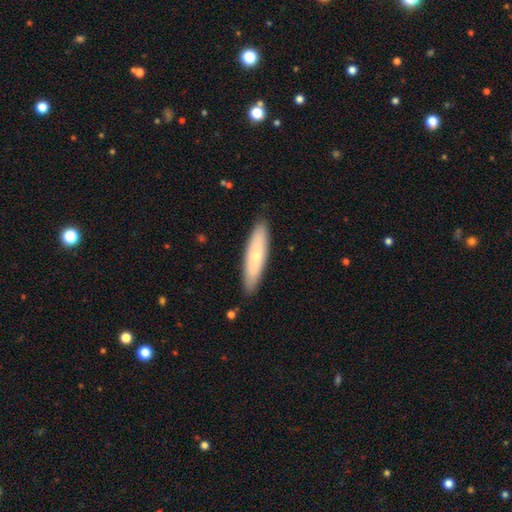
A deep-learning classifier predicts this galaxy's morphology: Q: Smooth or featured?
A: smooth (65%); runner-up: featured or disk (29%)
Q: How rounded?
A: cigar-shaped (76%); runner-up: in between (22%)
Q: Merging?
A: none (87%); runner-up: minor disturbance (10%)